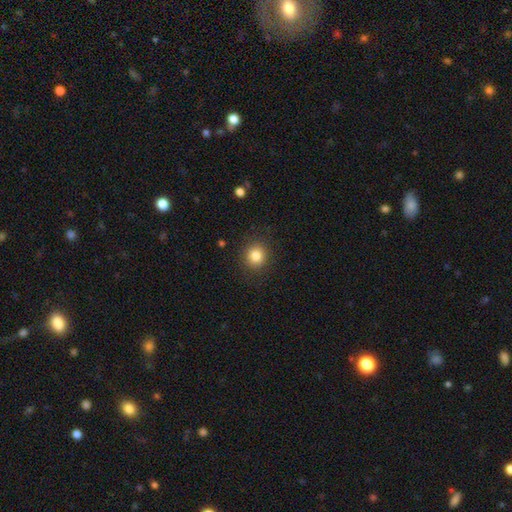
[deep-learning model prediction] Morphology: type=smooth (83%); roundness=round (89%); merging=none (89%).